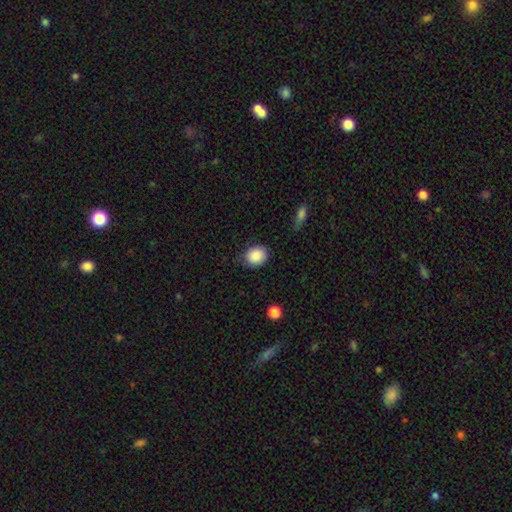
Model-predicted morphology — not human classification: smooth 86%, star or artifact 8%, featured or disk 7%. Down the decision tree: how rounded — round (58%); merging — none (72%).